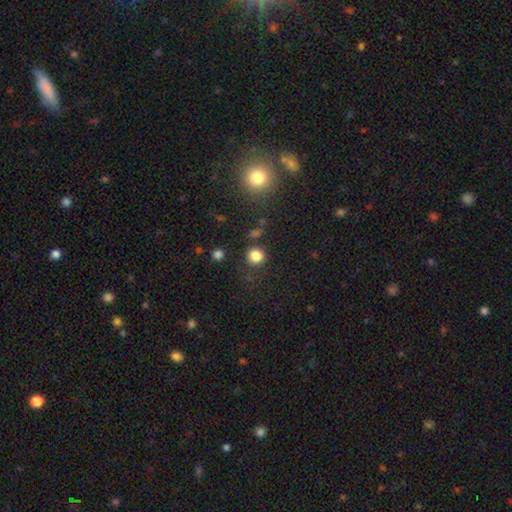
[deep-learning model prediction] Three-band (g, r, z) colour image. It shows a smooth galaxy with no disk features (83%) that is round (89%). Merging: none (82%).